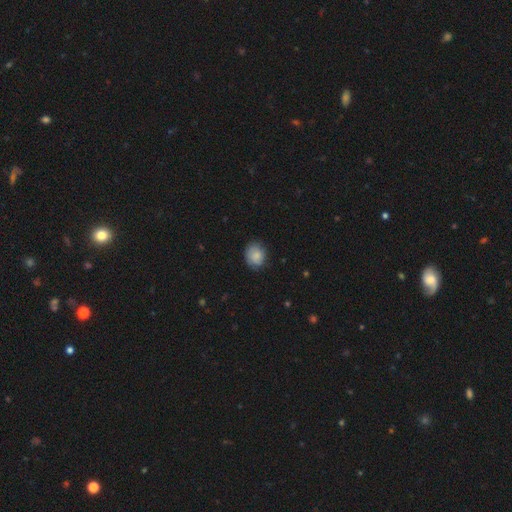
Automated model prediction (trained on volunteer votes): smooth_or_featured: smooth (p=0.84) [alt: featured or disk p=0.08]
how_rounded: round (p=0.62) [alt: in between p=0.37]
merging: none (p=0.76) [alt: minor disturbance p=0.19]